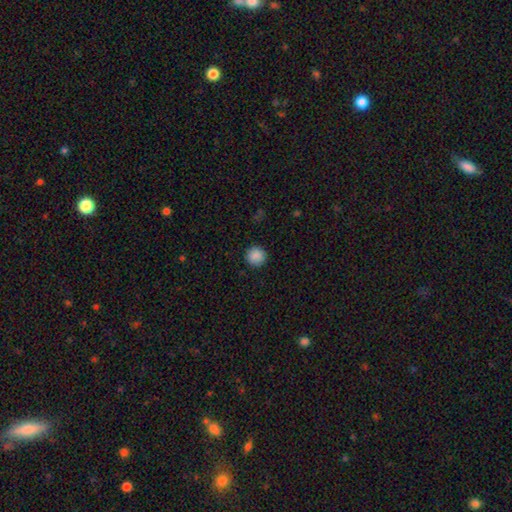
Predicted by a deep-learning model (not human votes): Overall: smooth (88%). How rounded: round (94%). Merging: none (90%).